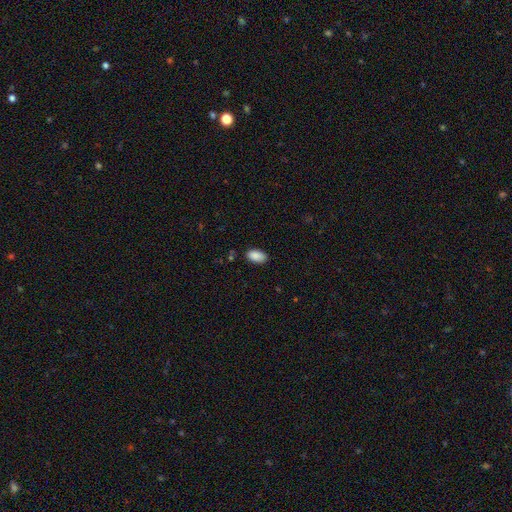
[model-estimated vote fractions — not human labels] Overall: smooth (89%). How rounded: in between (94%). Merging: none (85%).